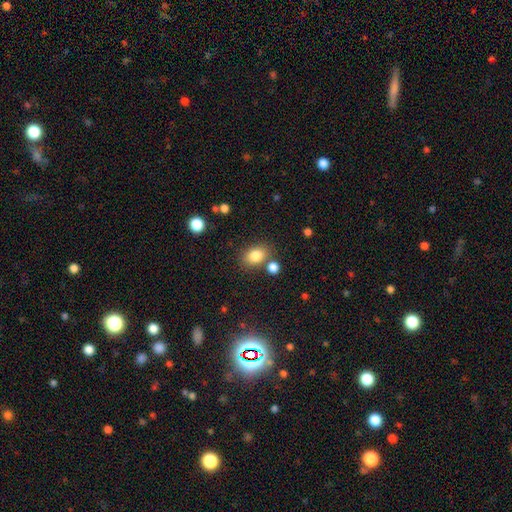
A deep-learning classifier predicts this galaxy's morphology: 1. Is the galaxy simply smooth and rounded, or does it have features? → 83% smooth, 11% star or artifact, 7% featured or disk.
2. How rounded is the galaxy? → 69% in between, 30% round, 1% cigar-shaped.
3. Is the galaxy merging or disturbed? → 72% none, 12% merger, 12% minor disturbance, 4% major disturbance.